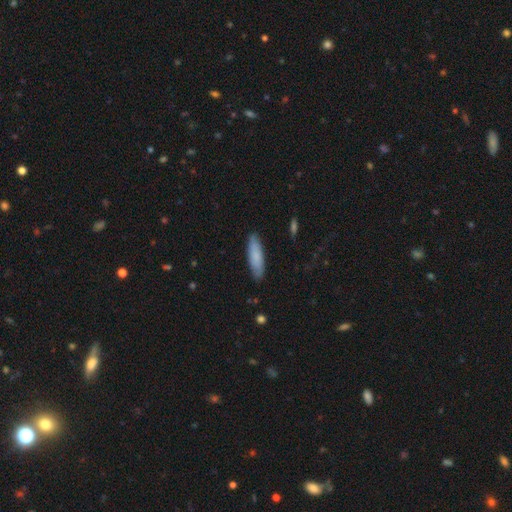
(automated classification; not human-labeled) Q: Smooth or featured?
A: smooth (81%); runner-up: featured or disk (14%)
Q: How rounded?
A: cigar-shaped (64%); runner-up: in between (34%)
Q: Merging?
A: none (86%); runner-up: minor disturbance (11%)